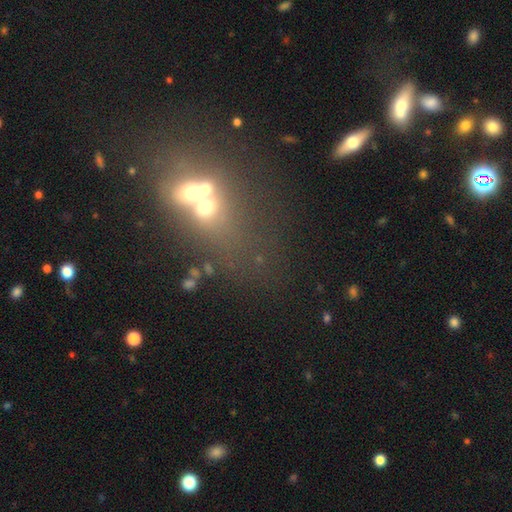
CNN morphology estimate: Smooth or featured? Predicted: star or artifact (p=0.41).